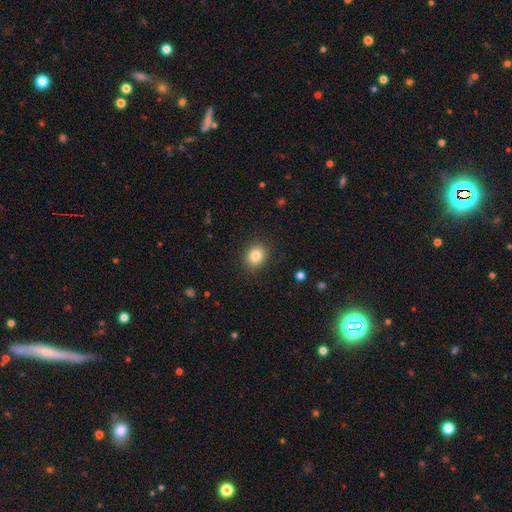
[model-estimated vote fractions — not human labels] smooth-or-featured: smooth: 83% | star or artifact: 10% | featured or disk: 7%
  how-rounded: round: 65% | in between: 34% | cigar-shaped: 1%
  merging: none: 88% | minor disturbance: 8% | major disturbance: 3% | merger: 1%